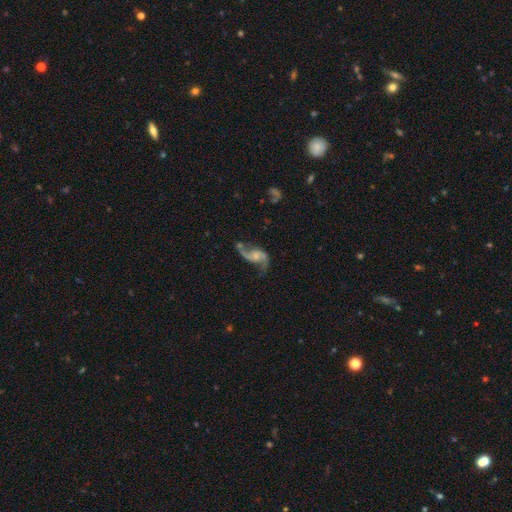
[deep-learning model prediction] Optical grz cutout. It shows a featured or disk galaxy (87%) with no bar (53%), 2 (92%) loose (82%) spiral arms (95%) and a small central bulge (40%). Merging: none (61%).